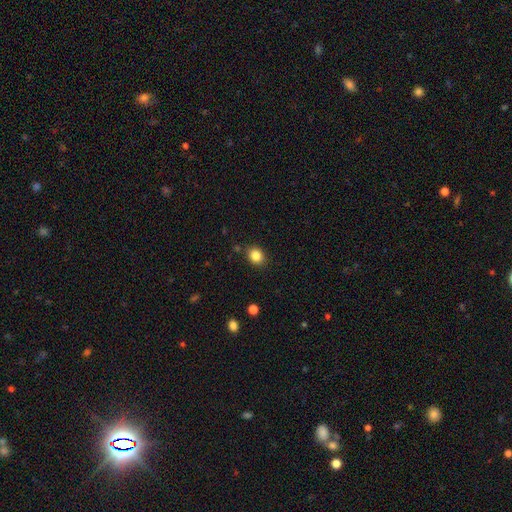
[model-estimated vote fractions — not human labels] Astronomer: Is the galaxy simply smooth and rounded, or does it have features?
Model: smooth — 84%.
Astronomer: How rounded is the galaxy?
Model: round — 58% (runner-up: in between, 41%).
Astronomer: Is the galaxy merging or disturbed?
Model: none — 86%.